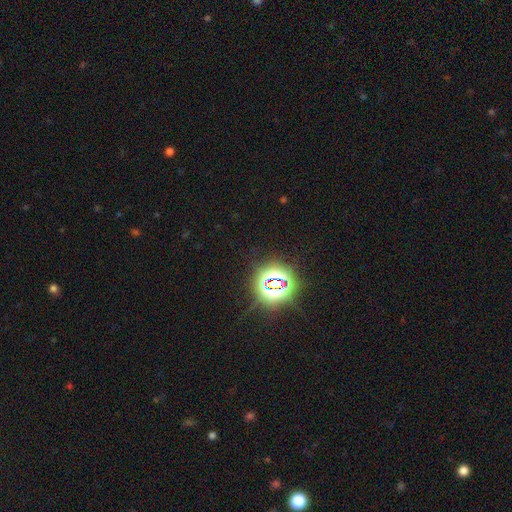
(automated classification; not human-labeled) star or artifact 83%, smooth 11%, featured or disk 6%.